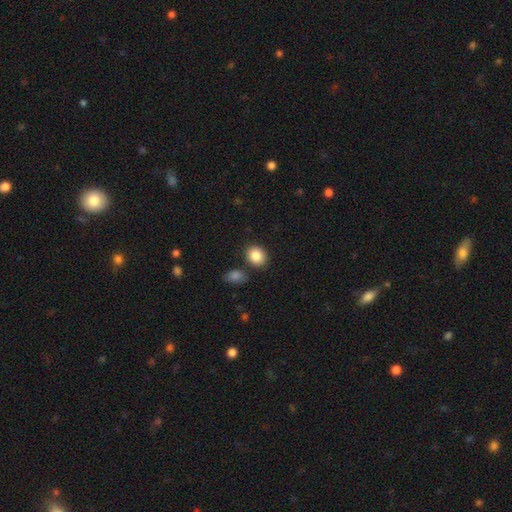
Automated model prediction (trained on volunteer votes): Smooth or featured: smooth — 86% (star or artifact — 8%)
How rounded: round — 57% (in between — 42%)
Merging: none — 81% (minor disturbance — 9%)